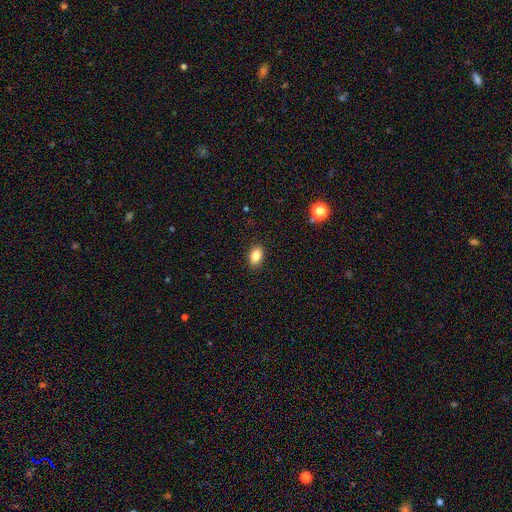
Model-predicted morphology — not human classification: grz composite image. It shows a smooth galaxy with no disk features (85%) that is in between round and cigar-shaped (88%). Merging: none (89%).